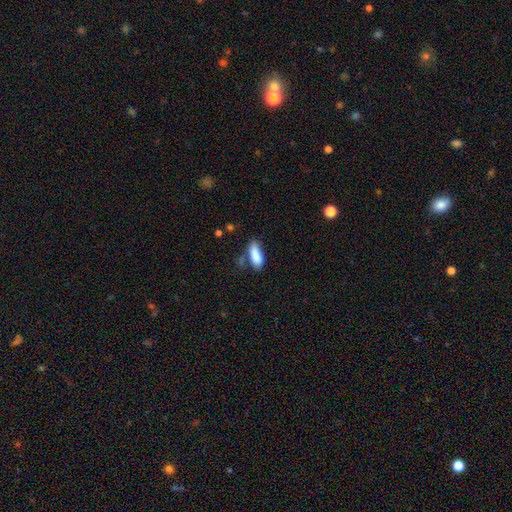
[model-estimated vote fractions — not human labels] smooth 85%, star or artifact 7%, featured or disk 7%. Down the decision tree: how rounded — in between (72%); merging — none (55%).